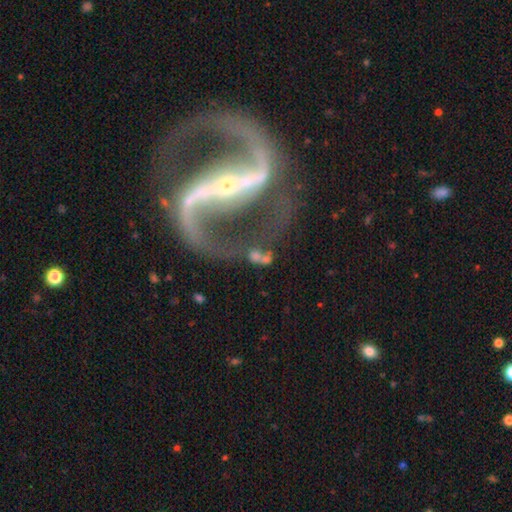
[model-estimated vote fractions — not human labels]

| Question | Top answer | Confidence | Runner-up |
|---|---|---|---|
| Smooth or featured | featured or disk | 52% | smooth (33%) |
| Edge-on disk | no | 85% | yes (15%) |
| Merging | none | 38% | merger (25%) |